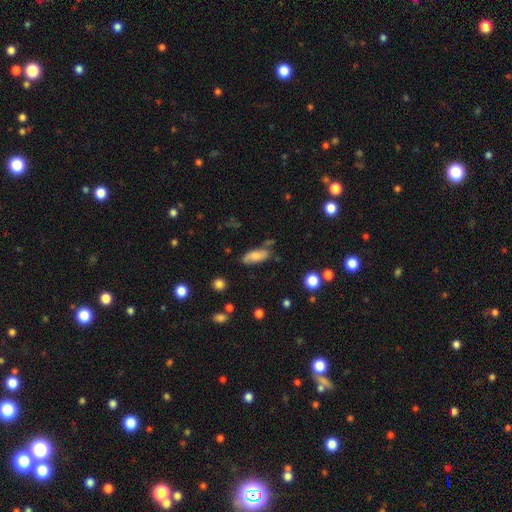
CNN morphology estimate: smooth 75%, featured or disk 17%, star or artifact 8%. Down the decision tree: how rounded — in between (77%); merging — none (66%).